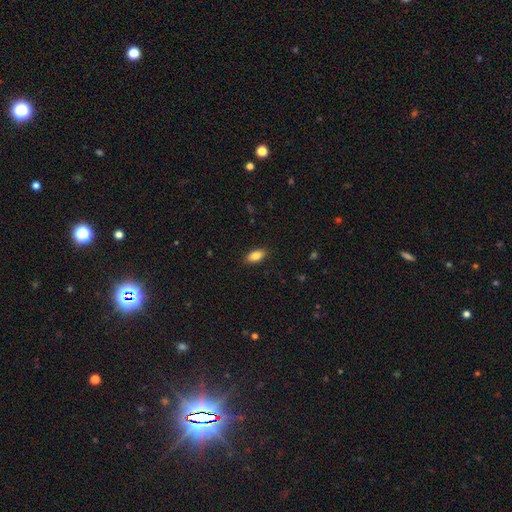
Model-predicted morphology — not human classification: This is clearly a smooth galaxy (86%). How rounded: clearly in between (91%). Merging: clearly none (89%).